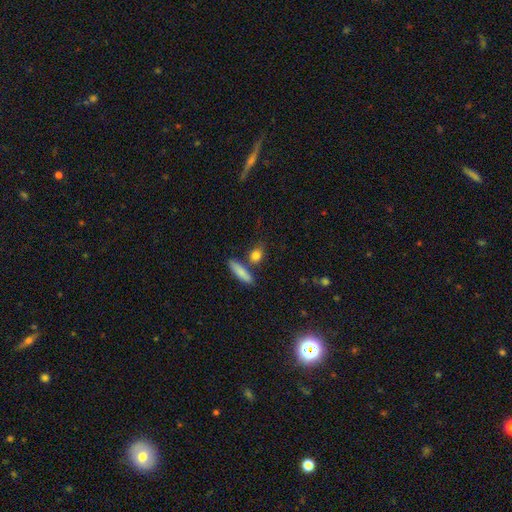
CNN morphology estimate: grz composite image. It shows a smooth galaxy with no disk features (83%) that is round (44%). Merging: none (71%).